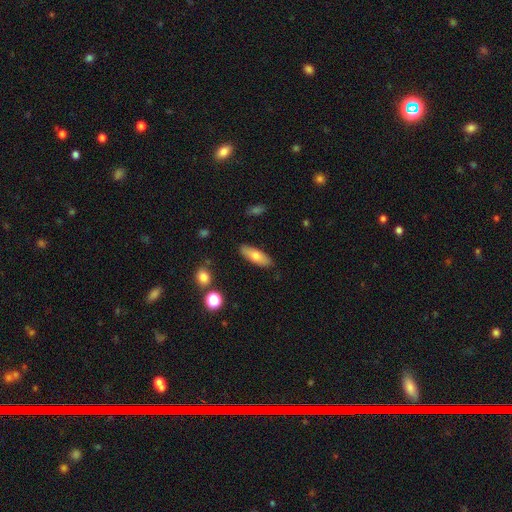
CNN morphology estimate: This appears to be a smooth galaxy with no disk features (70%) that is in between round and cigar-shaped (65%). Merging: none (87%).